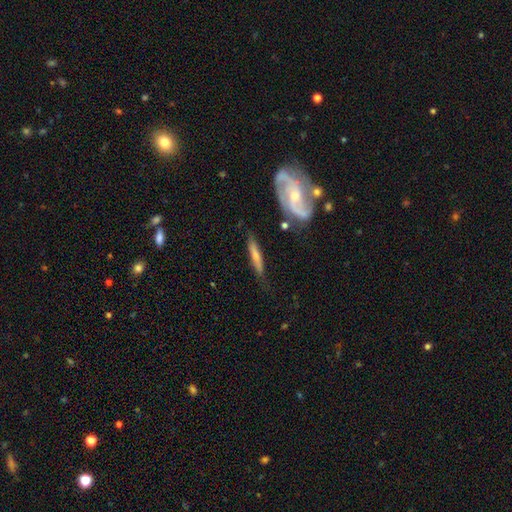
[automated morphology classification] Smooth or featured?
  - smooth: 54% *
  - featured or disk: 40%
  - star or artifact: 6%
How rounded?
  - cigar-shaped: 87% *
  - in between: 10%
  - round: 2%
Merging?
  - none: 72% *
  - minor disturbance: 17%
  - merger: 6%
  - major disturbance: 5%